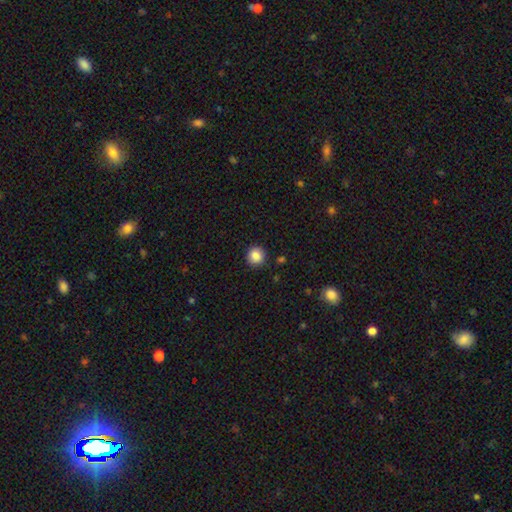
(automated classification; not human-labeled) Morphology: type=smooth (86%); roundness=round (93%); merging=none (92%).